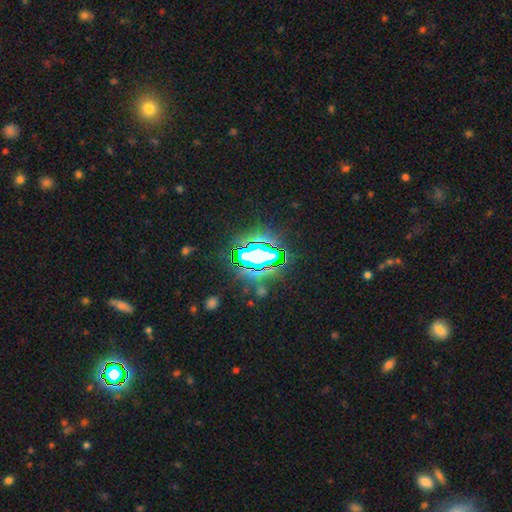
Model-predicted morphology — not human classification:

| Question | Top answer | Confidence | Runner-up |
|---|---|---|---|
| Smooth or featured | star or artifact | 82% | smooth (11%) |